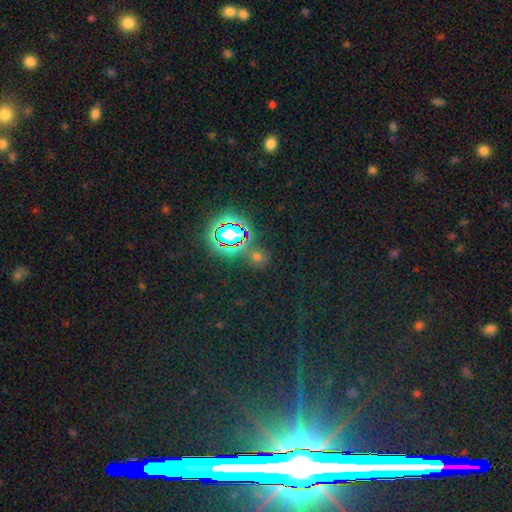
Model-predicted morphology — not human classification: This is likely a star or artifact rather than a galaxy (62%).